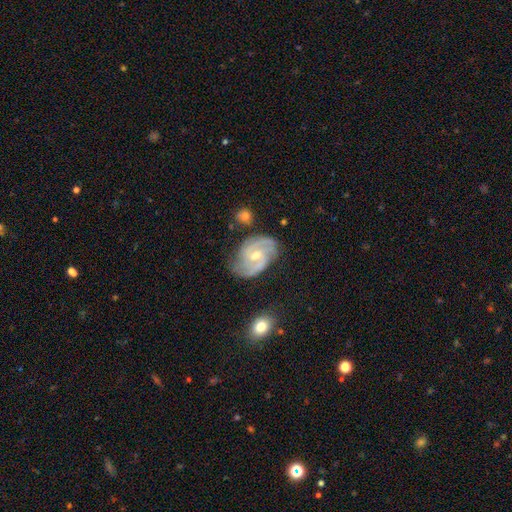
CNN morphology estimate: The model was most divided on "bar": weak: 46%, no: 44%, strong: 11%. Remaining: edge-on disk — no (97%); spiral arms — yes (97%); smooth or featured — featured or disk (87%); merging — none (71%); bulge size — moderate (53%); spiral arm count — 2 (49%); spiral winding — tight (48%).